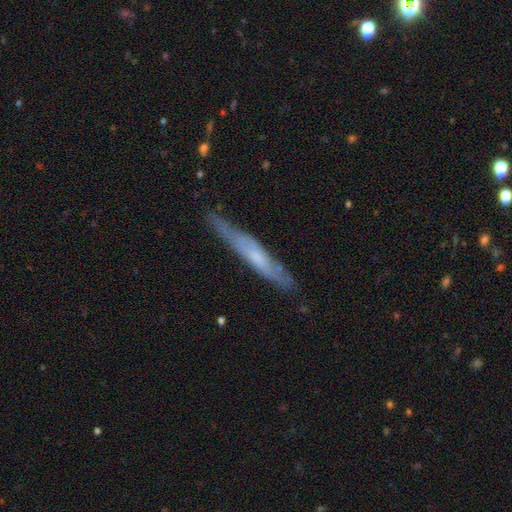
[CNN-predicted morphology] type=featured or disk (58%); edge-on=yes (79%); merging=none (75%).